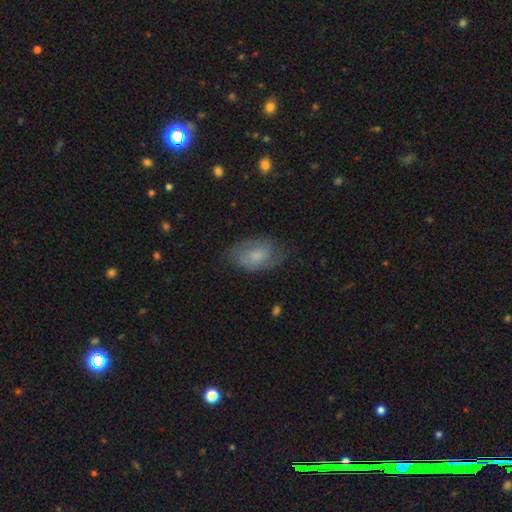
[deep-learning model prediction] Smooth or featured: smooth — 61% (featured or disk — 32%)
How rounded: in between — 90% (round — 8%)
Merging: none — 66% (minor disturbance — 24%)